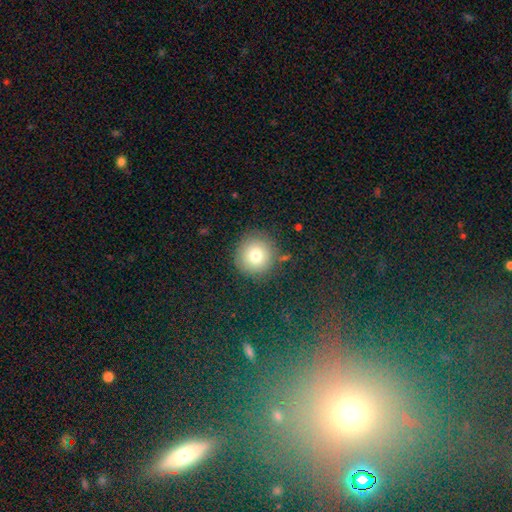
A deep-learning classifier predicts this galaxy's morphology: Overall: smooth (76%). How rounded: round (94%). Merging: none (86%).